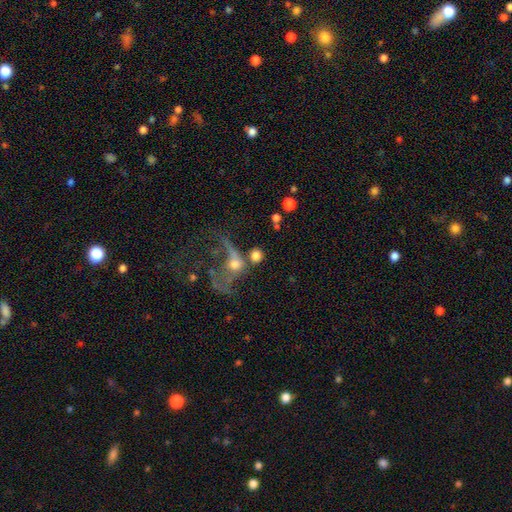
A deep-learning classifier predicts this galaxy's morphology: Smooth or featured? Predicted: smooth (p=0.70). How rounded? Predicted: round (p=0.77). Merging? Predicted: none (p=0.40).